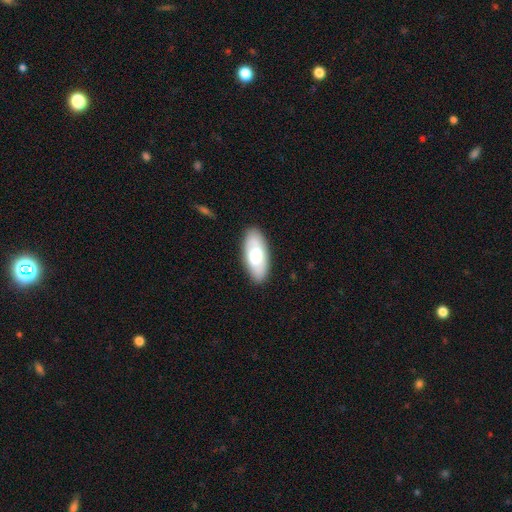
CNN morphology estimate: smooth_or_featured: smooth (p=0.67) [alt: featured or disk p=0.28]
how_rounded: in between (p=0.87) [alt: cigar-shaped p=0.11]
merging: none (p=0.86) [alt: minor disturbance p=0.10]